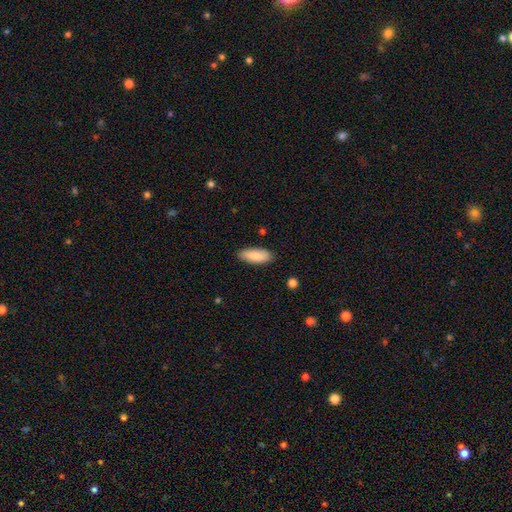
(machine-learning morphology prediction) smooth 87%, featured or disk 7%, star or artifact 6%. Down the decision tree: how rounded — in between (77%); merging — none (84%).